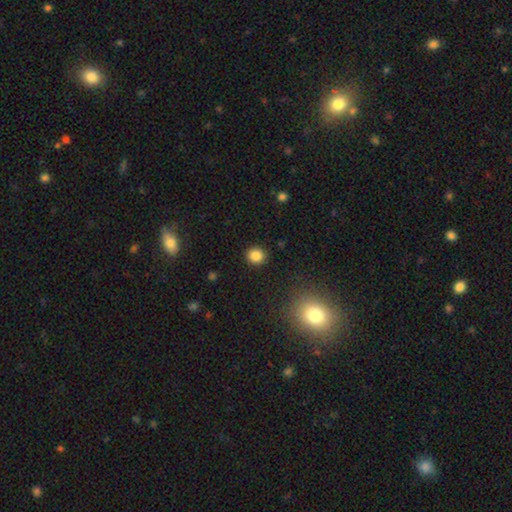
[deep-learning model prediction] smooth_or_featured: smooth (p=0.85) [alt: star or artifact p=0.11]
how_rounded: round (p=0.84) [alt: in between p=0.15]
merging: none (p=0.91) [alt: minor disturbance p=0.06]